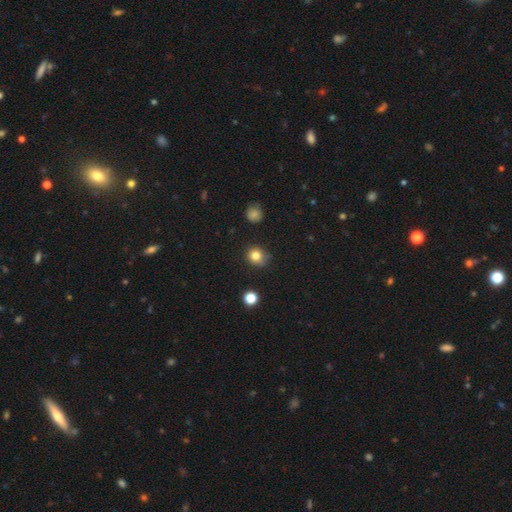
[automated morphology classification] Smooth or featured?
  - smooth: 82% *
  - star or artifact: 12%
  - featured or disk: 6%
How rounded?
  - round: 79% *
  - in between: 20%
  - cigar-shaped: 1%
Merging?
  - none: 74% *
  - minor disturbance: 20%
  - major disturbance: 4%
  - merger: 2%